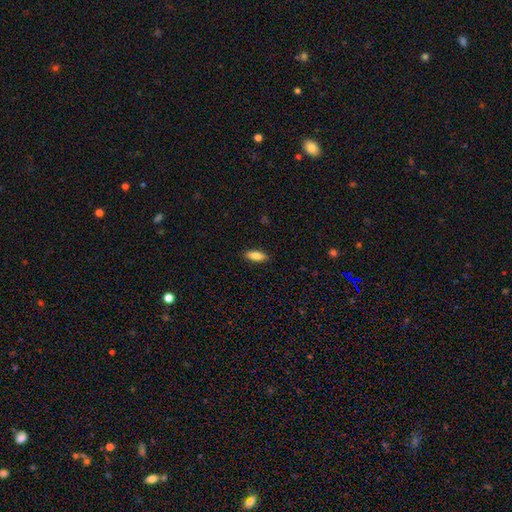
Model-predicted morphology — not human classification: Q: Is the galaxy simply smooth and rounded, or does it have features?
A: smooth — 82%.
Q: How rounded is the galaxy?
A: in between — 70%.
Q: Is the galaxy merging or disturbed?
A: none — 88%.